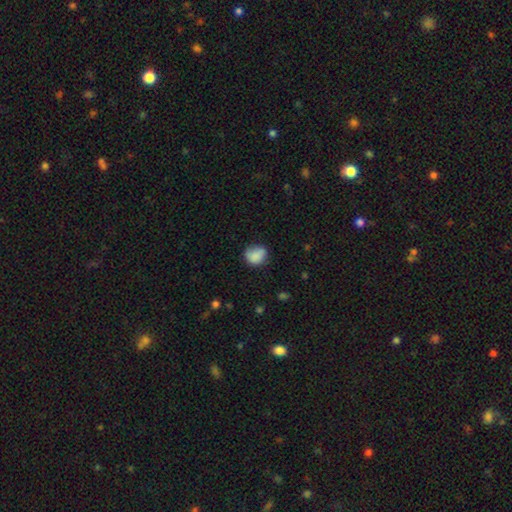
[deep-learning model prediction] Smooth or featured? Predicted: smooth (p=0.82). How rounded? Predicted: round (p=0.66). Merging? Predicted: none (p=0.59).